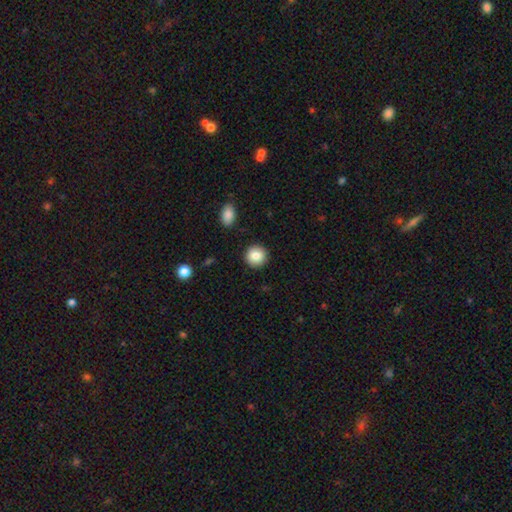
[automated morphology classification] Overall: smooth (86%). How rounded: round (92%). Merging: none (91%).